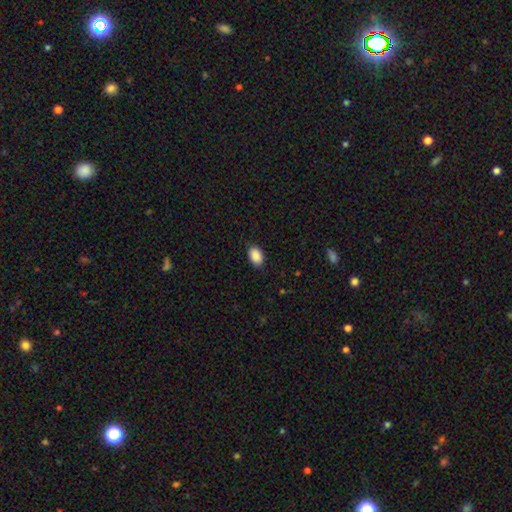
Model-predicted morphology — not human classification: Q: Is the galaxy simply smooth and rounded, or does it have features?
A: smooth — 90%.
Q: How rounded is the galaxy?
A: in between — 90%.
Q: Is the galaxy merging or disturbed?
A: none — 86%.